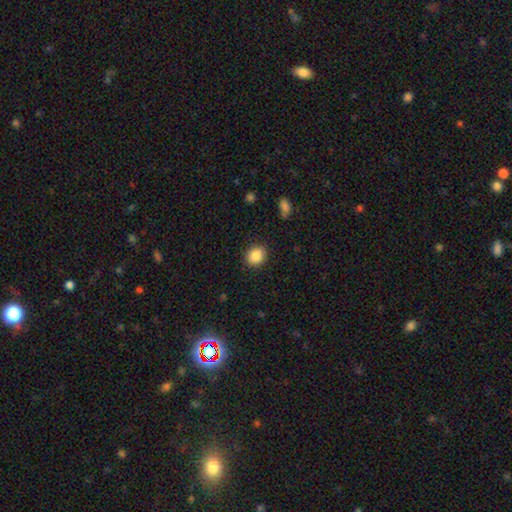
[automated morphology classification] Overall: smooth (87%). How rounded: round (73%). Merging: none (89%).